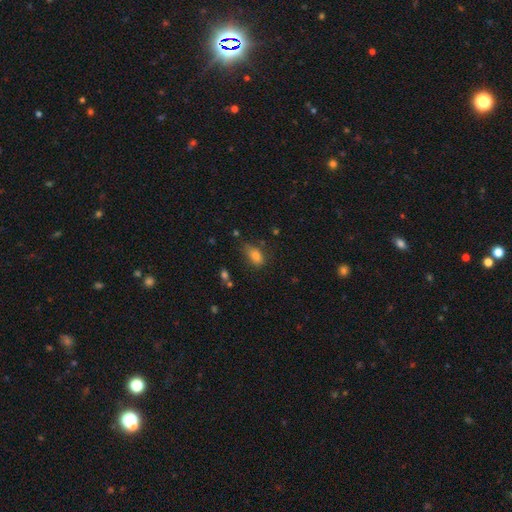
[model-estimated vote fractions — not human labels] Smooth or featured? smooth (81%)
How rounded? in between (85%)
Merging? none (60%)